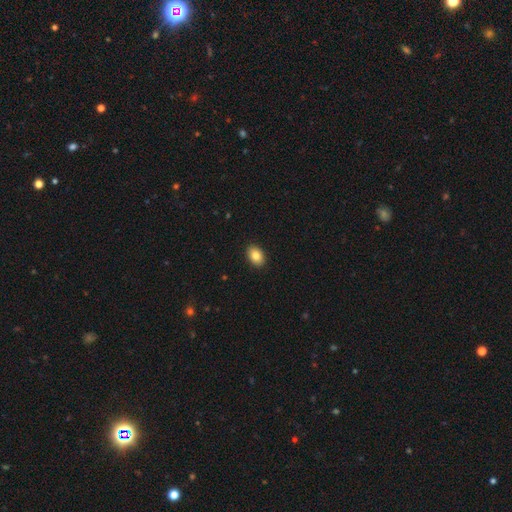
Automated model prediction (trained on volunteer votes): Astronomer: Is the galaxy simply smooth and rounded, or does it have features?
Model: smooth — 85%.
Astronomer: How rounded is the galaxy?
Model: in between — 84%.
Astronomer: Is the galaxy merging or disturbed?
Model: none — 91%.